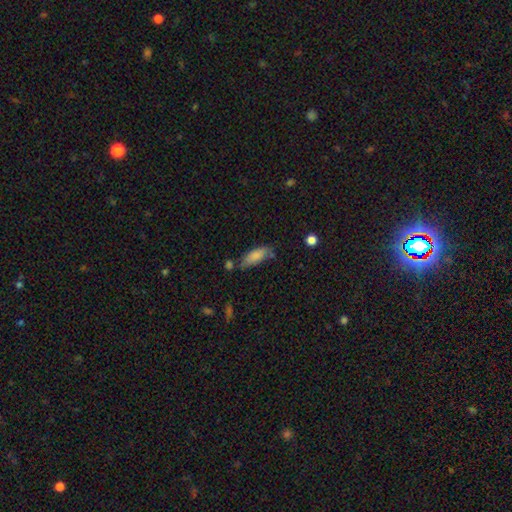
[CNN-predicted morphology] Overall: smooth (81%). How rounded: in between (71%). Merging: none (53%; minor disturbance 28%).